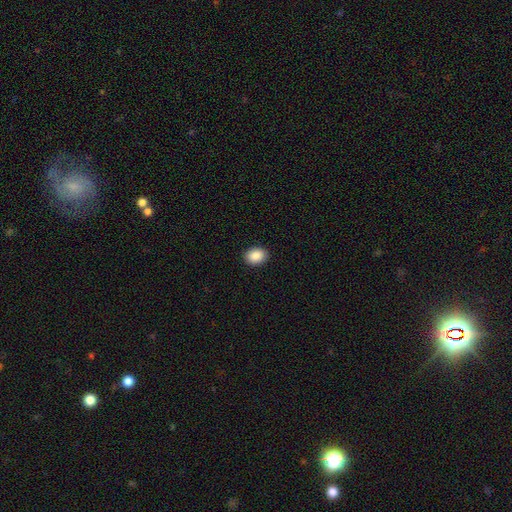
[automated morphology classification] smooth 89%, star or artifact 8%, featured or disk 3%. Down the decision tree: how rounded — in between (64%); merging — none (91%).